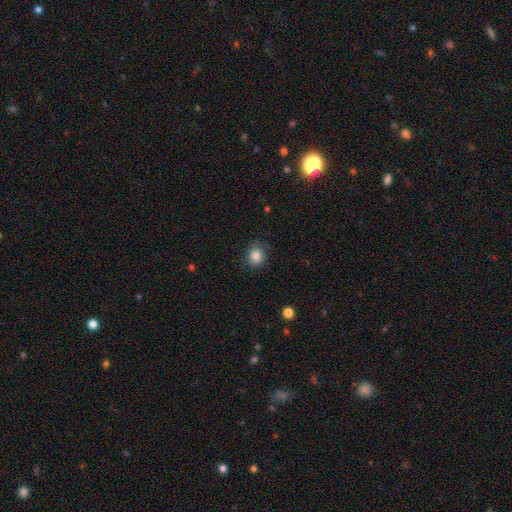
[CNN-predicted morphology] Smooth or featured? smooth (85%)
How rounded? round (71%)
Merging? none (78%)